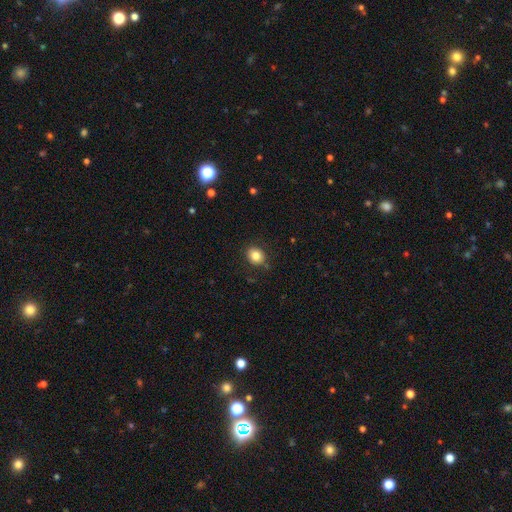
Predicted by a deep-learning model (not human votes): This is clearly a smooth galaxy (83%). How rounded: likely round (68%). Merging: clearly none (85%).